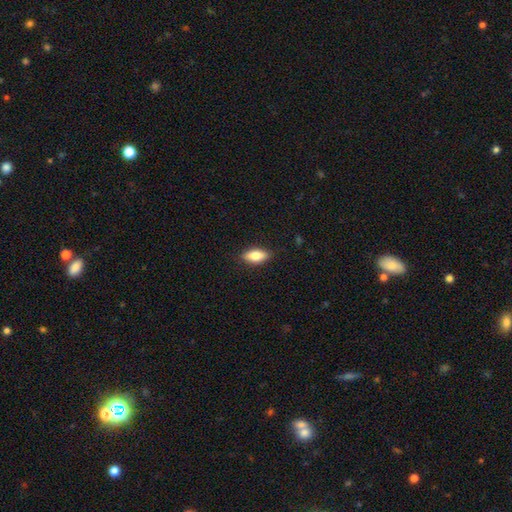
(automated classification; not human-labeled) Overall: smooth (79%). How rounded: in between (84%). Merging: none (87%).